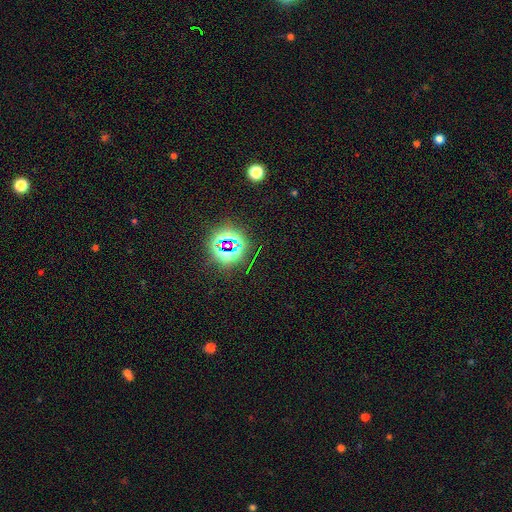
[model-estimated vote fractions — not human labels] A star or artifact, not a galaxy (79%).